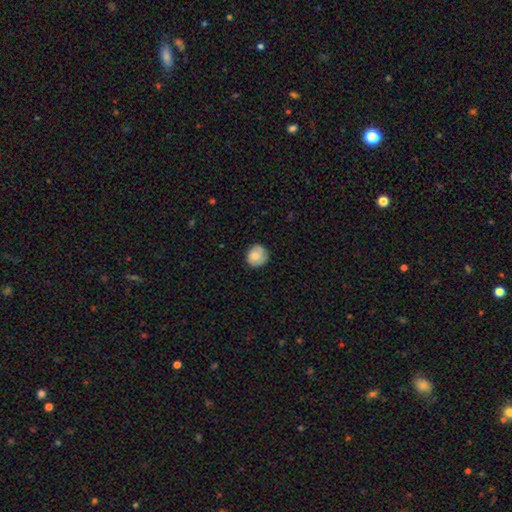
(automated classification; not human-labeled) Smooth or featured: smooth — 76% (featured or disk — 17%)
How rounded: round — 86% (in between — 13%)
Merging: none — 78% (minor disturbance — 18%)